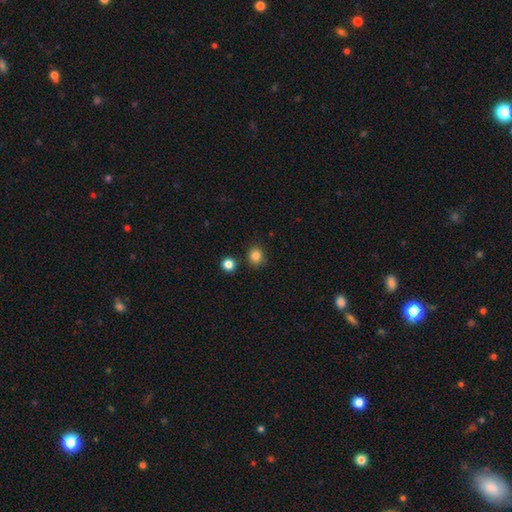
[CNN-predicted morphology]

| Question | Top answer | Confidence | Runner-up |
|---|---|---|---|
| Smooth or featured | smooth | 84% | star or artifact (12%) |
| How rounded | round | 84% | in between (15%) |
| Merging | none | 85% | minor disturbance (8%) |